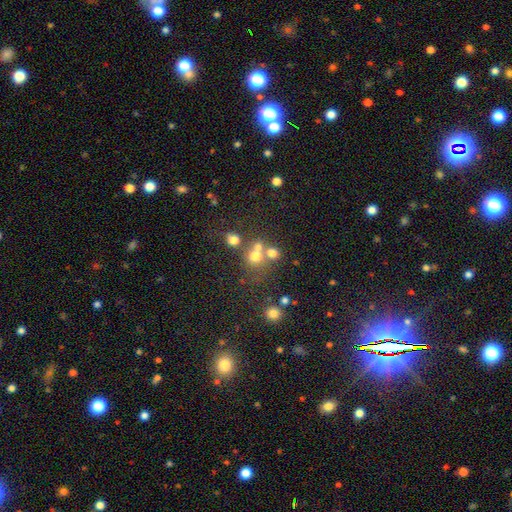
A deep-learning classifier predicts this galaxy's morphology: smooth-or-featured: smooth: 51% | star or artifact: 35% | featured or disk: 14%
  how-rounded: round: 82% | in between: 17% | cigar-shaped: 1%
  merging: none: 50% | merger: 38% | minor disturbance: 8% | major disturbance: 5%